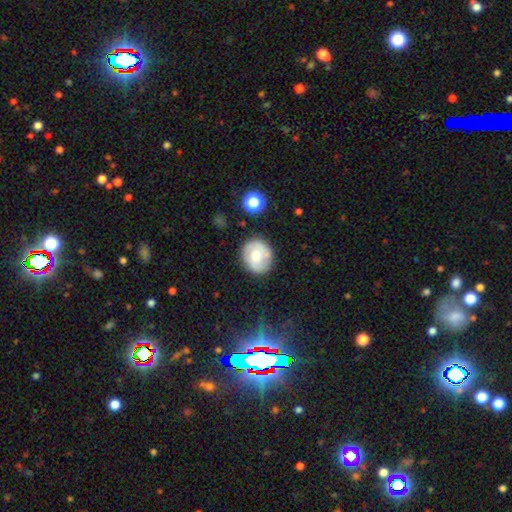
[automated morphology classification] Smooth or featured?
  - smooth: 47% *
  - featured or disk: 45%
  - star or artifact: 8%
Merging?
  - none: 78% *
  - minor disturbance: 16%
  - major disturbance: 4%
  - merger: 2%